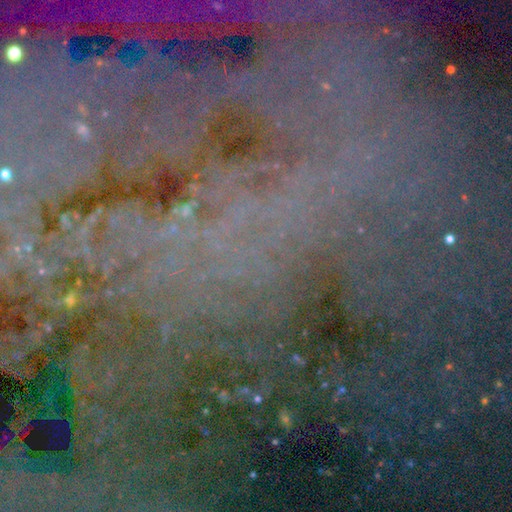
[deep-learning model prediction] A star or artifact, not a galaxy (83%).